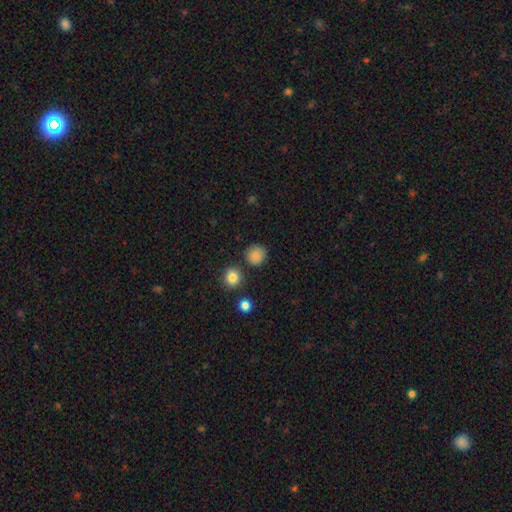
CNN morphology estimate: This appears to be a smooth galaxy with no disk features (86%) that is round (92%). Merging: none (84%).